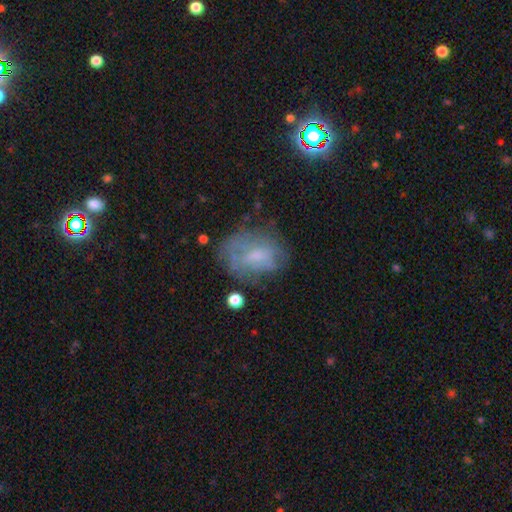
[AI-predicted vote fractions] This is marginally a featured or disk galaxy (44%). Merging: possibly none (52%).